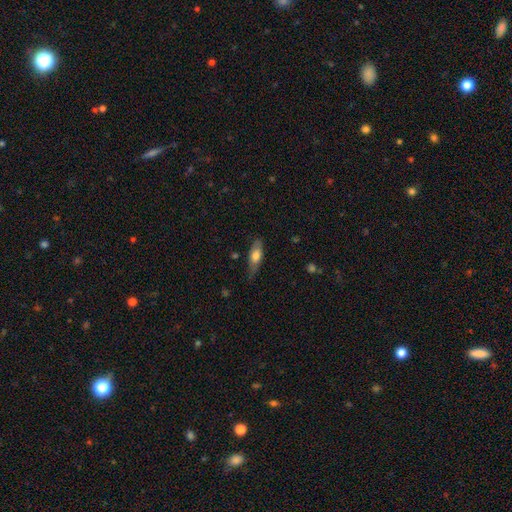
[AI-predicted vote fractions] Smooth or featured?
  - smooth: 61% *
  - featured or disk: 32%
  - star or artifact: 6%
How rounded?
  - in between: 67% *
  - cigar-shaped: 30%
  - round: 3%
Merging?
  - none: 69% *
  - minor disturbance: 24%
  - major disturbance: 5%
  - merger: 2%